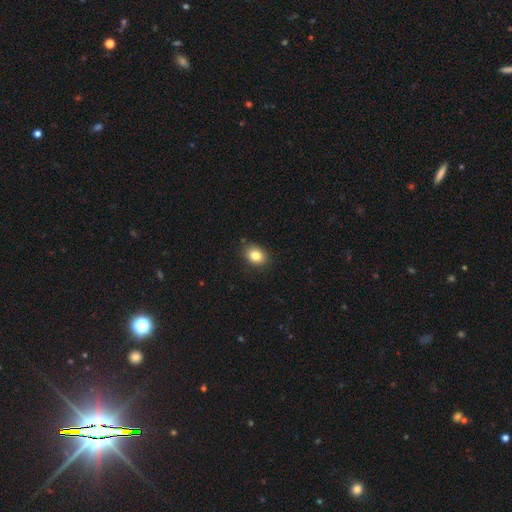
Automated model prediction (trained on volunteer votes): Smooth or featured?
  - smooth: 82% *
  - star or artifact: 10%
  - featured or disk: 8%
How rounded?
  - in between: 61% *
  - round: 38%
  - cigar-shaped: 1%
Merging?
  - none: 87% *
  - minor disturbance: 10%
  - major disturbance: 2%
  - merger: 1%